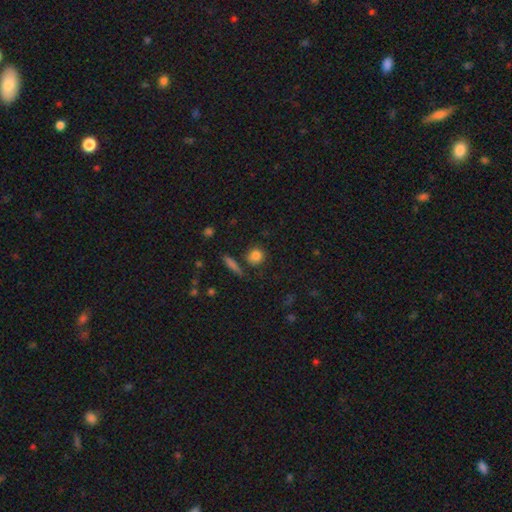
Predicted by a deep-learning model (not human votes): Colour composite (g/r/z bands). It shows a smooth galaxy with no disk features (84%) that is round (84%). Merging: none (79%).